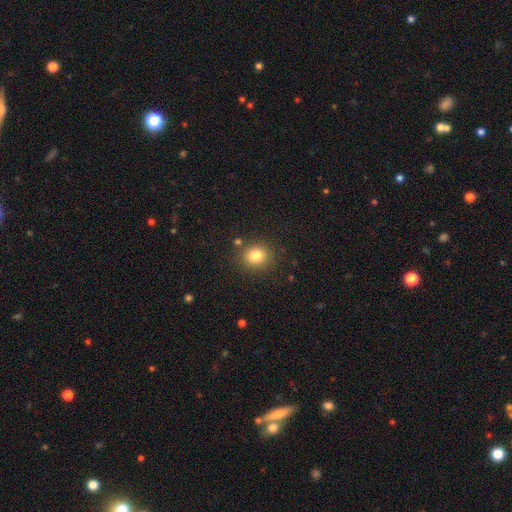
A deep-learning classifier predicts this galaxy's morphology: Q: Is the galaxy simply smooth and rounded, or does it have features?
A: smooth — 81%.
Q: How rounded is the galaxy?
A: round — 78%.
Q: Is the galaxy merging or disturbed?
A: none — 84%.